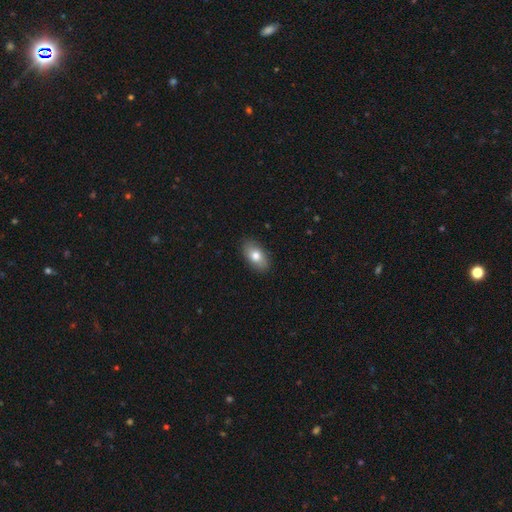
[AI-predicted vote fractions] smooth_or_featured: smooth (p=0.78) [alt: featured or disk p=0.15]
how_rounded: in between (p=0.92) [alt: round p=0.05]
merging: none (p=0.88) [alt: minor disturbance p=0.09]